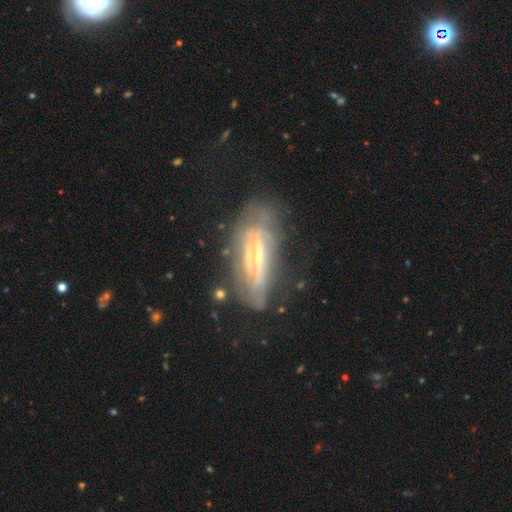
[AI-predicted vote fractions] Morphology: type=featured or disk (71%); edge-on=no (59%); merging=none (59%).